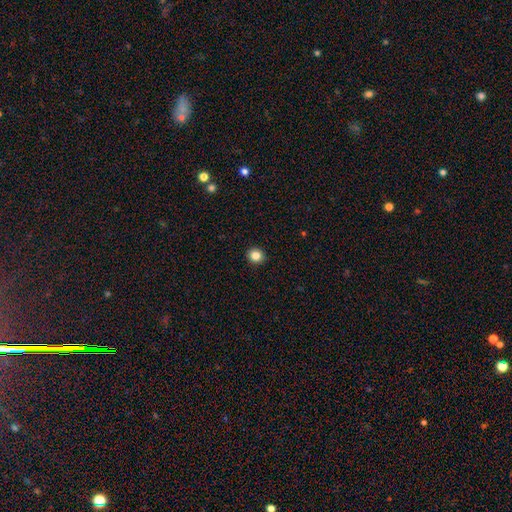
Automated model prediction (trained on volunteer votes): Q: Smooth or featured?
A: smooth (84%); runner-up: star or artifact (11%)
Q: How rounded?
A: round (85%); runner-up: in between (14%)
Q: Merging?
A: none (93%); runner-up: minor disturbance (5%)